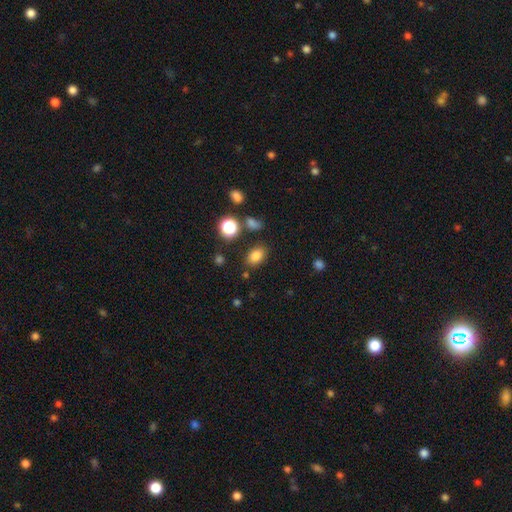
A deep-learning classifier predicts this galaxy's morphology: Q: Smooth or featured?
A: smooth (81%); runner-up: star or artifact (13%)
Q: How rounded?
A: in between (76%); runner-up: round (22%)
Q: Merging?
A: none (80%); runner-up: minor disturbance (12%)